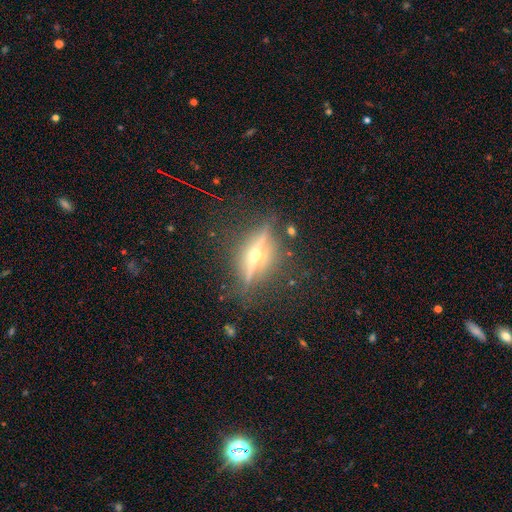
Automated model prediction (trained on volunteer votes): This appears to be a featured or disk galaxy (80%) viewed edge-on (94%) with a rounded central bulge (95%). Merging: none (82%).